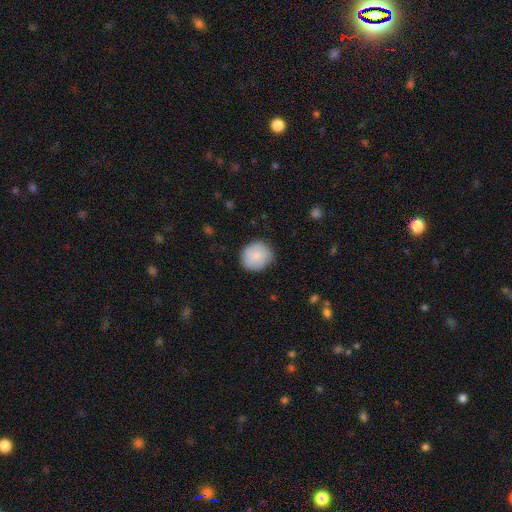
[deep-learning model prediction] This is clearly a smooth galaxy (84%). How rounded: clearly round (87%). Merging: clearly none (82%).